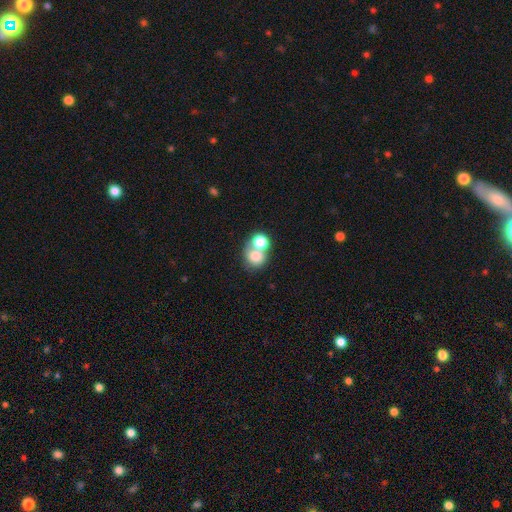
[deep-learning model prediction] A smooth galaxy with no disk features (75%) that is round (69%). Merging: merger (59%).